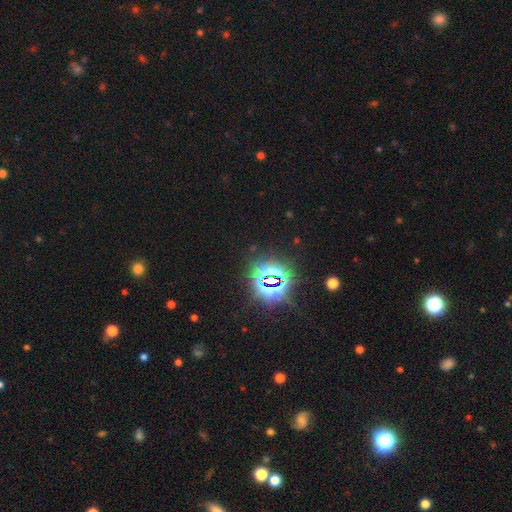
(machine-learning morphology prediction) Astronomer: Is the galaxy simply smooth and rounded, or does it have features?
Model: star or artifact — 80%.